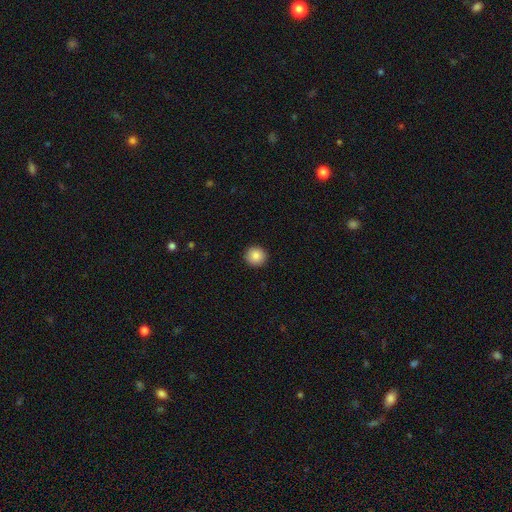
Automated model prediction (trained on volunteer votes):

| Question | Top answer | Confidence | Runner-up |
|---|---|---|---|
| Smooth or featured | smooth | 86% | star or artifact (9%) |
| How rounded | round | 93% | in between (6%) |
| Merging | none | 93% | minor disturbance (5%) |